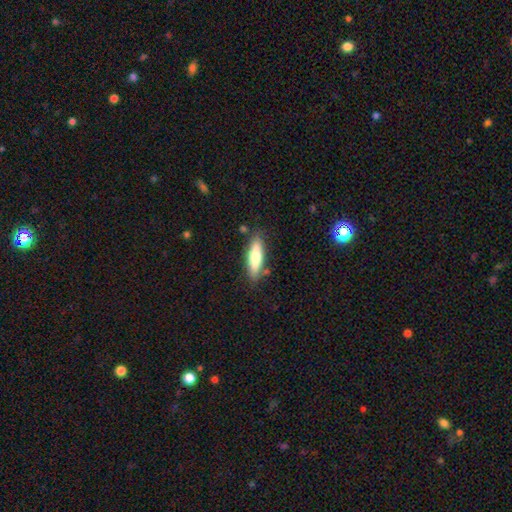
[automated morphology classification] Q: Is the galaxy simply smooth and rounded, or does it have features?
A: smooth — 68%.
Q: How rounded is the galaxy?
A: cigar-shaped — 60%.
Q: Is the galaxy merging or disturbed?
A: none — 81%.